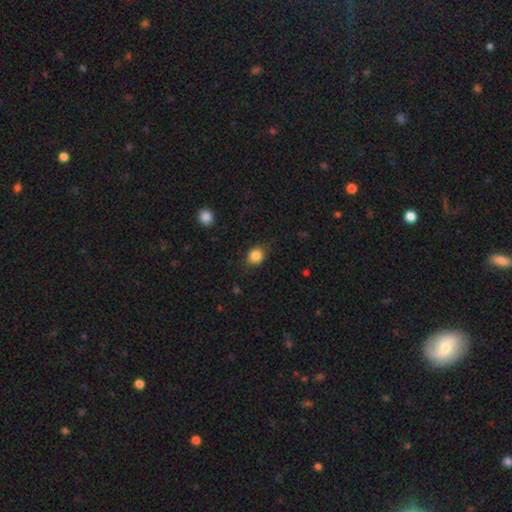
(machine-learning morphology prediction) smooth_or_featured: smooth (p=0.85) [alt: star or artifact p=0.10]
how_rounded: round (p=0.59) [alt: in between p=0.40]
merging: none (p=0.81) [alt: minor disturbance p=0.14]